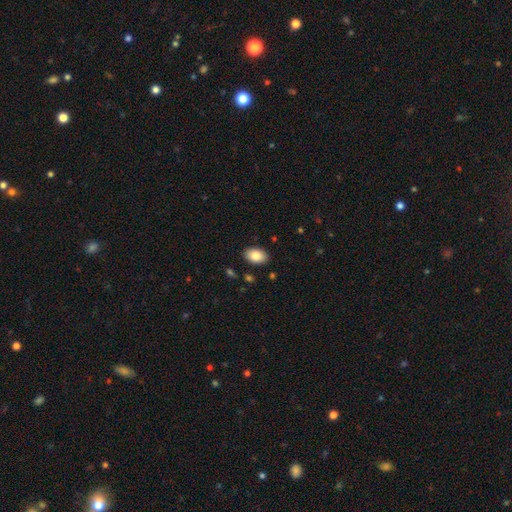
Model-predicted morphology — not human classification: smooth 84%, featured or disk 9%, star or artifact 7%. Down the decision tree: how rounded — in between (90%); merging — none (88%).